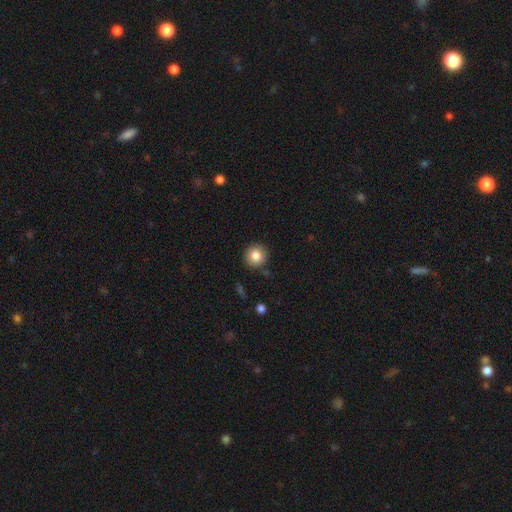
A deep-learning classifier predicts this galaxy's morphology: Smooth or featured? smooth (83%)
How rounded? round (93%)
Merging? none (88%)